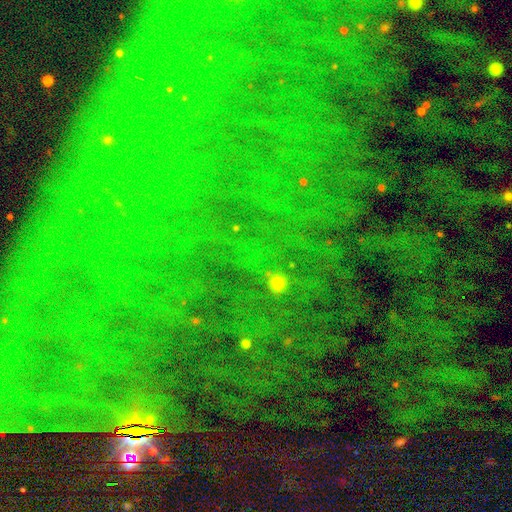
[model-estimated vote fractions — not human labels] Smooth or featured? Predicted: star or artifact (p=0.86).